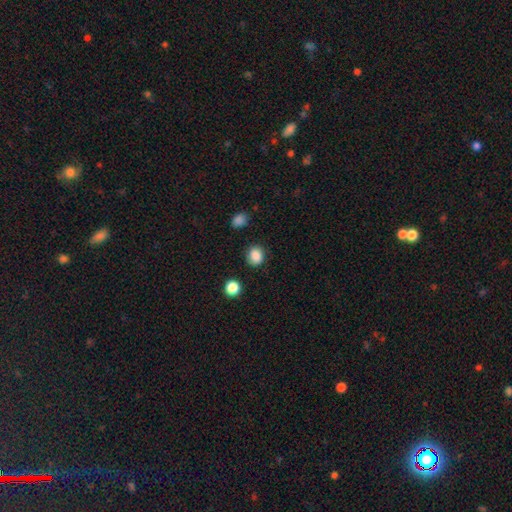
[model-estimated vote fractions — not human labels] Smooth or featured: smooth — 86% (star or artifact — 10%)
How rounded: round — 68% (in between — 31%)
Merging: none — 83% (minor disturbance — 11%)